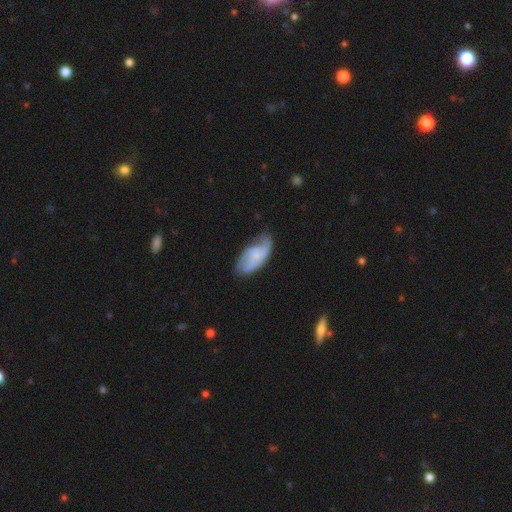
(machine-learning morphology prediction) smooth_or_featured: featured or disk (p=0.57) [alt: smooth p=0.37]
disk_edge_on: no (p=0.94) [alt: yes p=0.06]
bar: no (p=0.67) [alt: weak p=0.28]
has_spiral_arms: yes (p=0.86) [alt: no p=0.14]
bulge_size: small (p=0.63) [alt: none p=0.18]
merging: none (p=0.55) [alt: minor disturbance p=0.31]